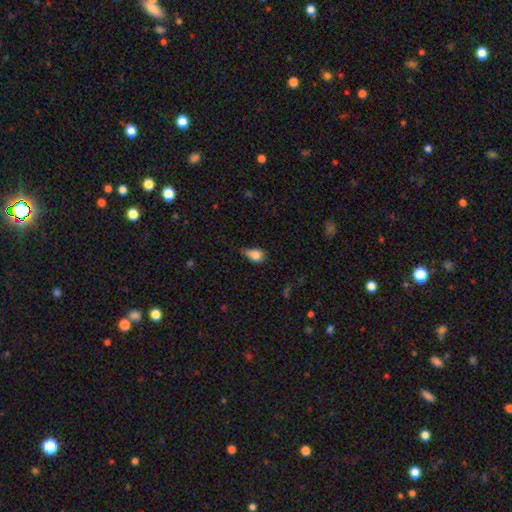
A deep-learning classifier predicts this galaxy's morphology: A smooth galaxy with no disk features (83%) that is in between round and cigar-shaped (67%). Merging: minor disturbance (48%).